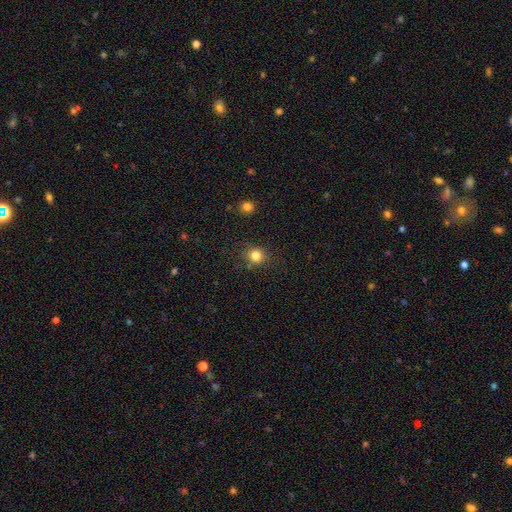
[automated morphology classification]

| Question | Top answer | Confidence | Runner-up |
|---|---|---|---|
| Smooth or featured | smooth | 82% | star or artifact (13%) |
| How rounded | round | 86% | in between (13%) |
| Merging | none | 83% | minor disturbance (11%) |